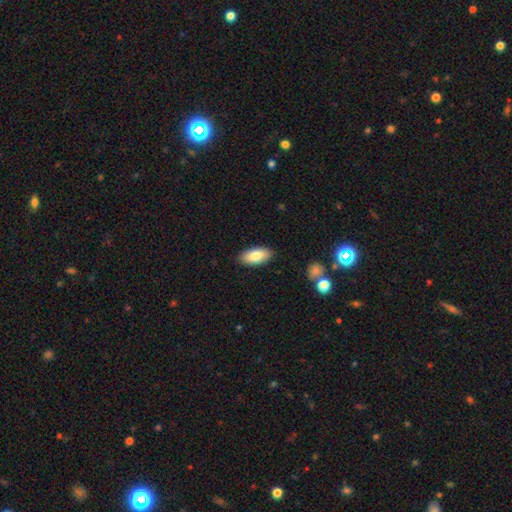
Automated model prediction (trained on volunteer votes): smooth 81%, featured or disk 12%, star or artifact 7%. Down the decision tree: how rounded — in between (90%); merging — none (88%).